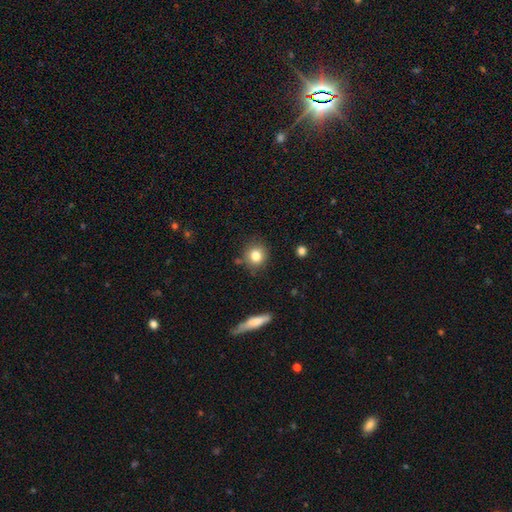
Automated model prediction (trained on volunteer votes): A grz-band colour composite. It shows a smooth galaxy with no disk features (82%) that is round (86%). Merging: none (82%).